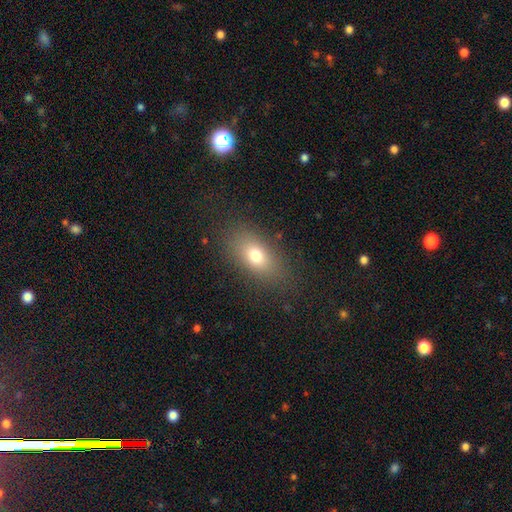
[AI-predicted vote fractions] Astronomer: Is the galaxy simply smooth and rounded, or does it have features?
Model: smooth — 73%.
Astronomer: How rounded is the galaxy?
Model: in between — 80%.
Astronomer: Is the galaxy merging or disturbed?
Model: none — 82%.